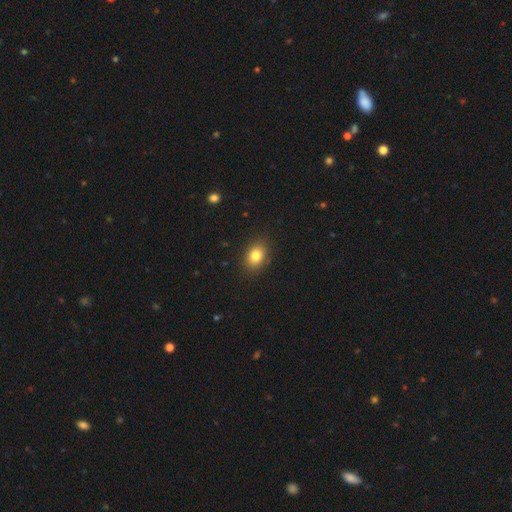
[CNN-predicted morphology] smooth 82%, star or artifact 10%, featured or disk 8%. Down the decision tree: how rounded — in between (66%); merging — none (88%).